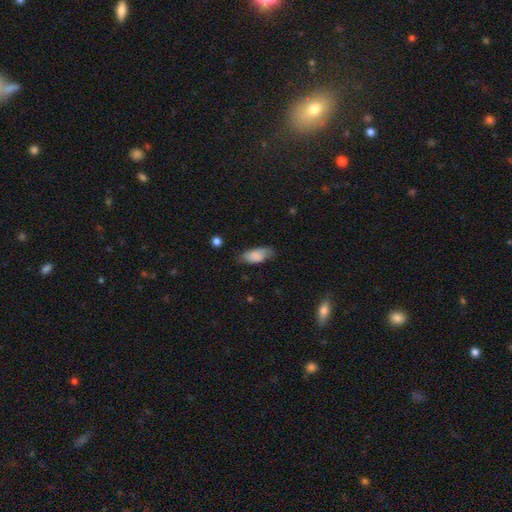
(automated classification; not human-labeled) Q: Smooth or featured?
A: smooth (80%); runner-up: featured or disk (13%)
Q: How rounded?
A: in between (87%); runner-up: cigar-shaped (10%)
Q: Merging?
A: none (65%); runner-up: minor disturbance (26%)